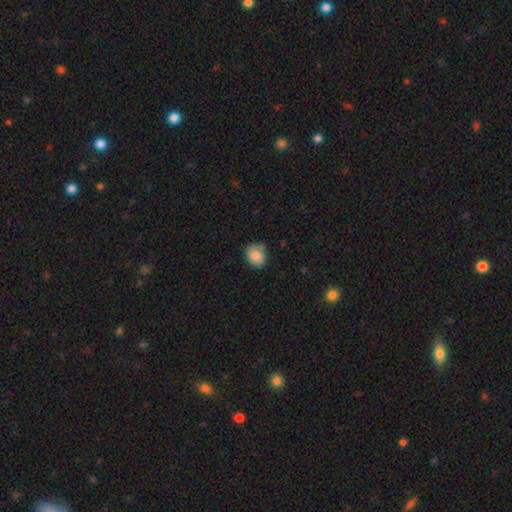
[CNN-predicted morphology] type=smooth (83%); roundness=round (57%); merging=none (67%).